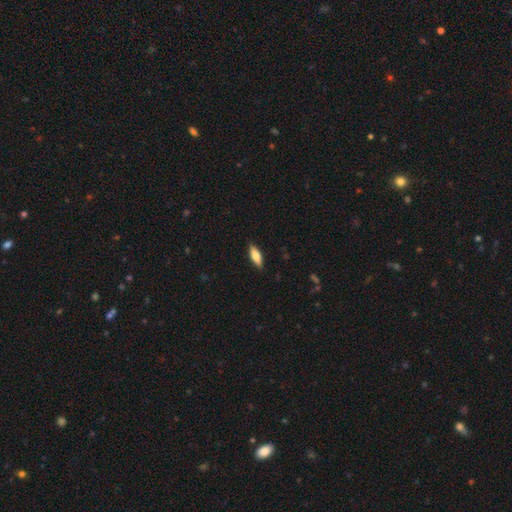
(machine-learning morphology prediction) Smooth or featured? Predicted: smooth (p=0.67). How rounded? Predicted: in between (p=0.61). Merging? Predicted: none (p=0.88).